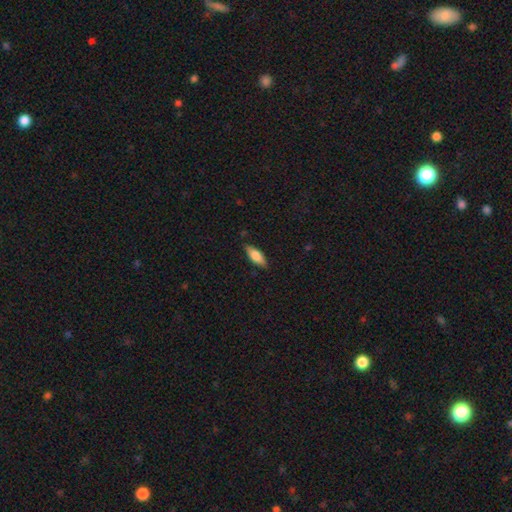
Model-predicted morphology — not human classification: A smooth galaxy with no disk features (71%) that is in between round and cigar-shaped (66%). Merging: none (85%).